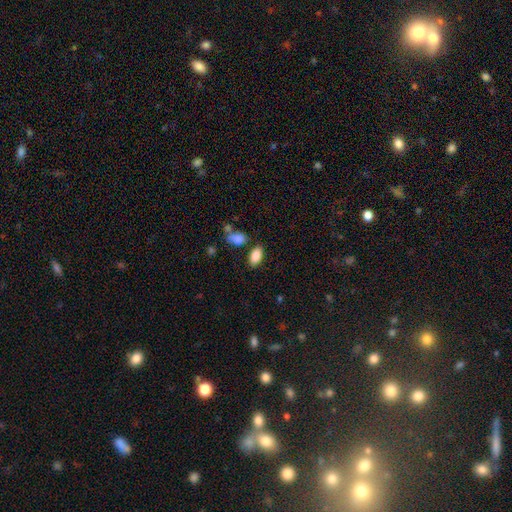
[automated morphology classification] Smooth or featured? Predicted: smooth (p=0.87). How rounded? Predicted: in between (p=0.93). Merging? Predicted: none (p=0.79).